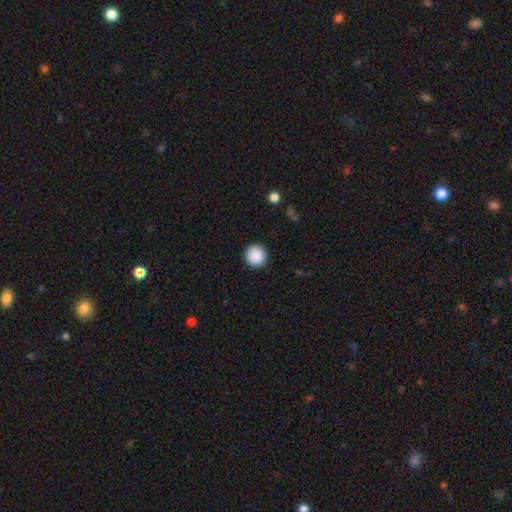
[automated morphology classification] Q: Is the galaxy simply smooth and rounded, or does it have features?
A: smooth — 89%.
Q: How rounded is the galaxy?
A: round — 94%.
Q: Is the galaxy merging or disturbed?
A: none — 91%.